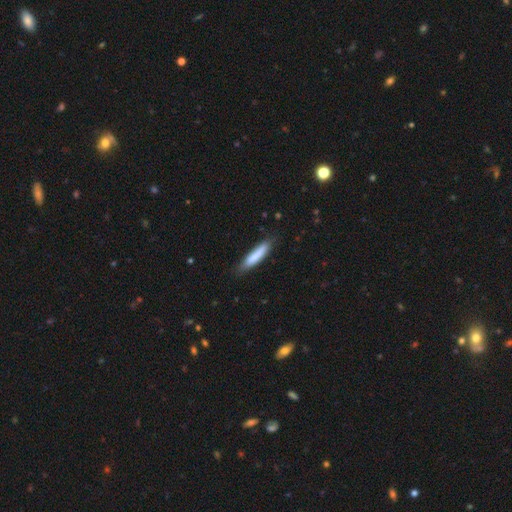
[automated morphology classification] Q: Smooth or featured?
A: smooth (82%); runner-up: featured or disk (13%)
Q: How rounded?
A: cigar-shaped (86%); runner-up: in between (13%)
Q: Merging?
A: none (80%); runner-up: minor disturbance (16%)